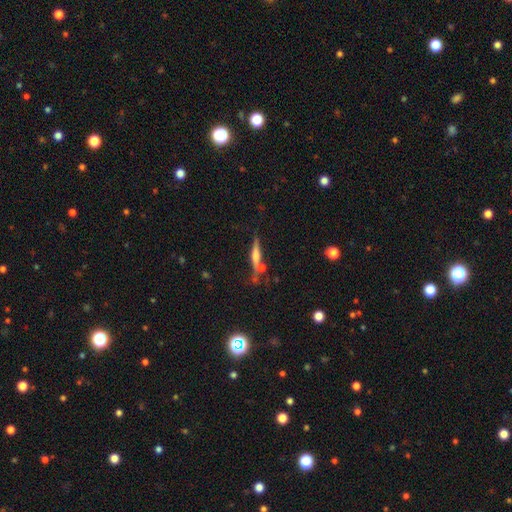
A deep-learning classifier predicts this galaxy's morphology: Smooth or featured? featured or disk (58%)
Edge-on disk? yes (93%)
Edge-on bulge? rounded (69%)
Merging? none (65%)